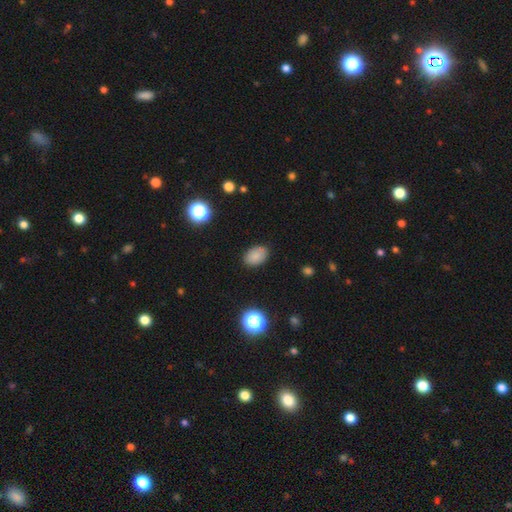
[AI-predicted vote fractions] A smooth galaxy with no disk features (81%) that is in between round and cigar-shaped (84%).

Vote fractions:
- Smooth or featured? smooth: 81% / star or artifact: 12% / featured or disk: 7%
- How rounded? in between: 84% / round: 15% / cigar-shaped: 1%
- Merging? none: 81% / minor disturbance: 13% / major disturbance: 3% / merger: 2%